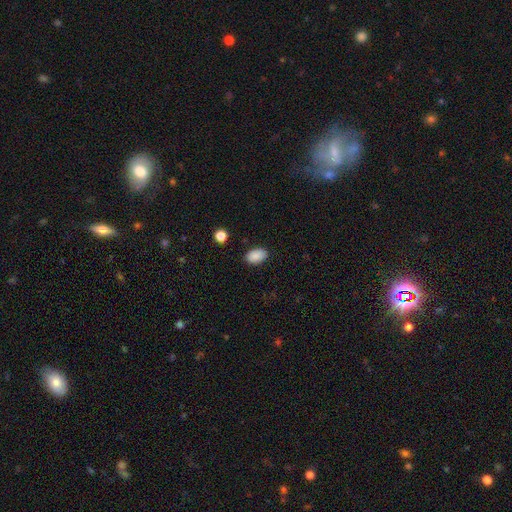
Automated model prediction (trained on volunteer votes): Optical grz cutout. It shows a smooth galaxy with no disk features (89%) that is in between round and cigar-shaped (91%). Merging: none (86%).